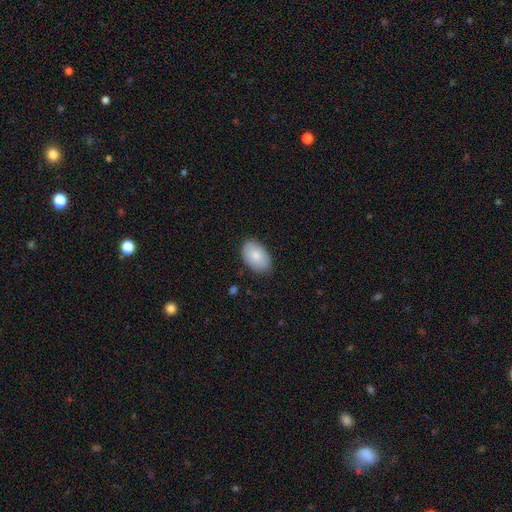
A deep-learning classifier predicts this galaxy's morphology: Q: Smooth or featured?
A: smooth (84%); runner-up: featured or disk (10%)
Q: How rounded?
A: in between (92%); runner-up: round (7%)
Q: Merging?
A: none (83%); runner-up: minor disturbance (14%)